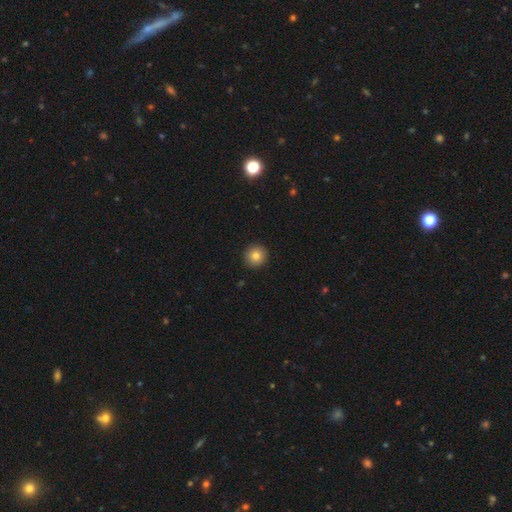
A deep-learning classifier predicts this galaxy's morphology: This appears to be a smooth galaxy with no disk features (82%) that is round (94%). Merging: none (92%).